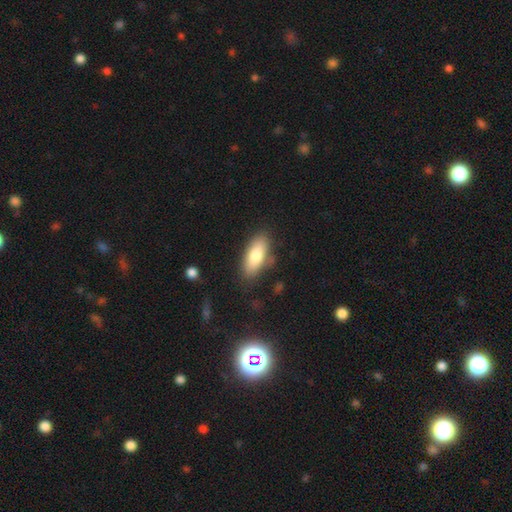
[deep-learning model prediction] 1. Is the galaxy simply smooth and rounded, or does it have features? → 77% smooth, 17% featured or disk, 6% star or artifact.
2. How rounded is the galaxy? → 80% in between, 17% cigar-shaped, 3% round.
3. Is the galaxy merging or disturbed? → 80% none, 14% minor disturbance, 4% major disturbance, 3% merger.